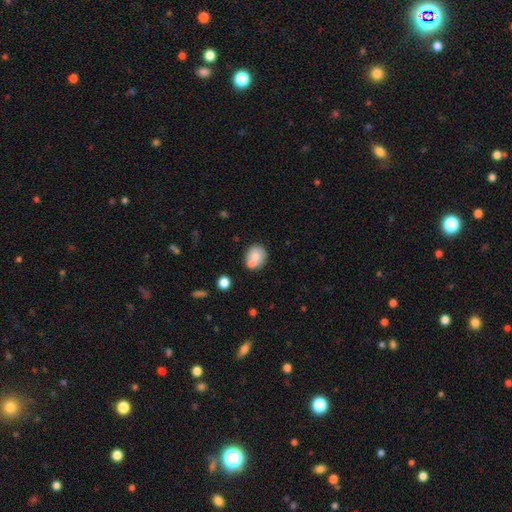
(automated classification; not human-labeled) A smooth galaxy with no disk features (71%) that is round (72%).

Vote fractions:
- Smooth or featured? smooth: 71% / featured or disk: 21% / star or artifact: 8%
- How rounded? round: 72% / in between: 27% / cigar-shaped: 1%
- Merging? none: 48% / merger: 33% / minor disturbance: 14% / major disturbance: 4%